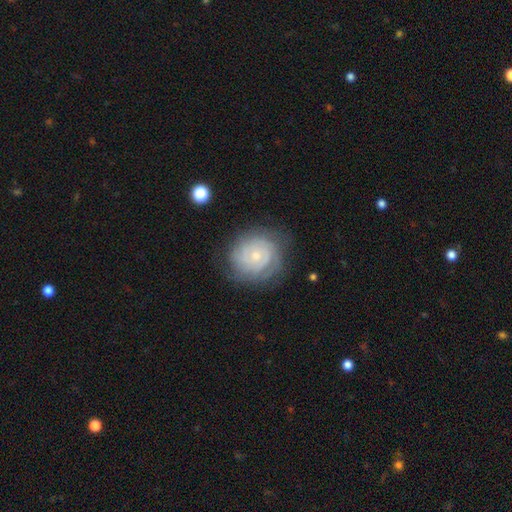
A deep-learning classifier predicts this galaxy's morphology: Smooth or featured? Predicted: featured or disk (p=0.72). Edge-on disk? Predicted: no (p=0.98). Bar? Predicted: no (p=0.79). Spiral arms? Predicted: yes (p=0.90). Spiral winding? Predicted: tight (p=0.77). Spiral arm count? Predicted: can't tell (p=0.45). Bulge size? Predicted: small (p=0.70). Merging? Predicted: none (p=0.75).